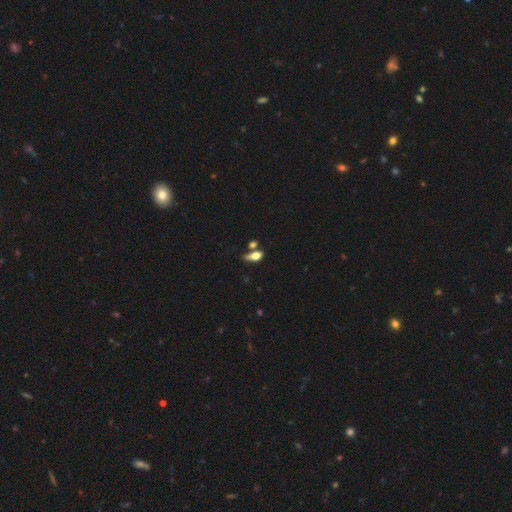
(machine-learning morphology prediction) Overall: smooth (68%). How rounded: in between (76%). Merging: none (45%; merger 28%).